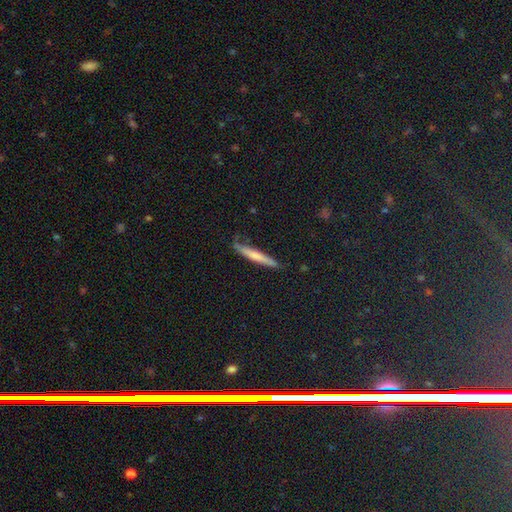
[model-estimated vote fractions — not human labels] smooth-or-featured: smooth: 63% | featured or disk: 30% | star or artifact: 7%
  how-rounded: cigar-shaped: 95% | in between: 4% | round: 1%
  merging: none: 80% | minor disturbance: 15% | major disturbance: 2% | merger: 2%